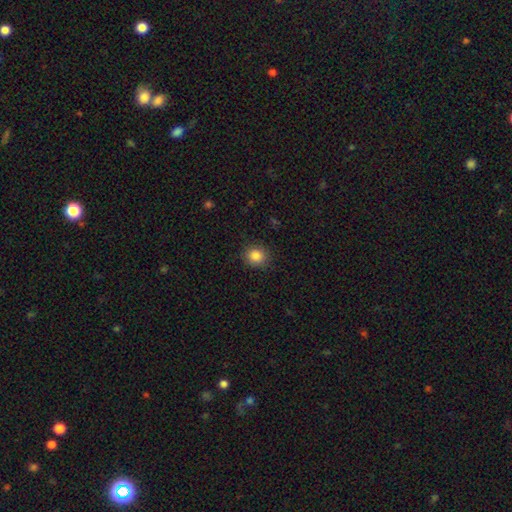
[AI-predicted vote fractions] smooth 85%, star or artifact 10%, featured or disk 4%. Down the decision tree: how rounded — round (81%); merging — none (88%).